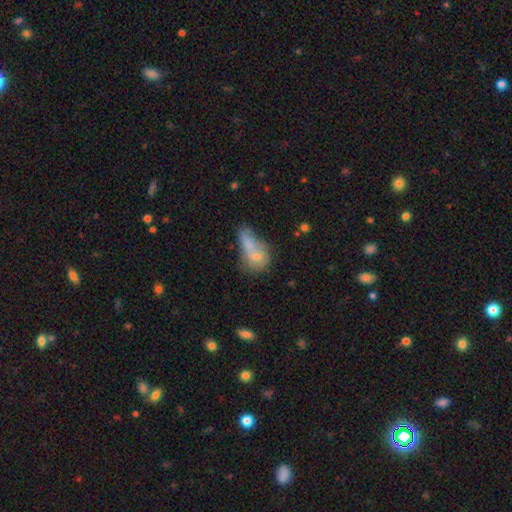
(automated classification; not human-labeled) Morphology: type=smooth (64%); roundness=in between (57%); merging=merger (54%).